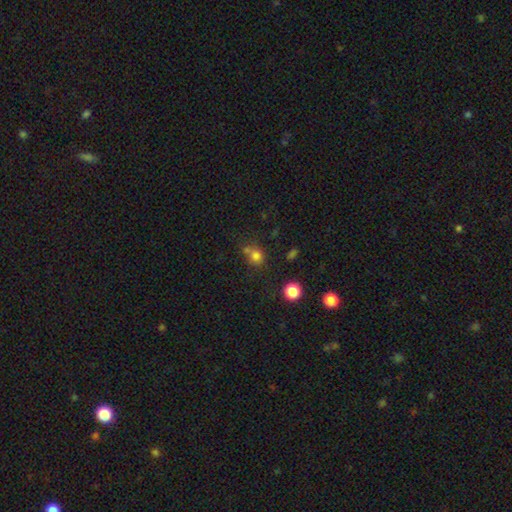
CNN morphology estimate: Smooth or featured: smooth — 75% (star or artifact — 17%)
How rounded: round — 81% (in between — 18%)
Merging: none — 54% (merger — 26%)